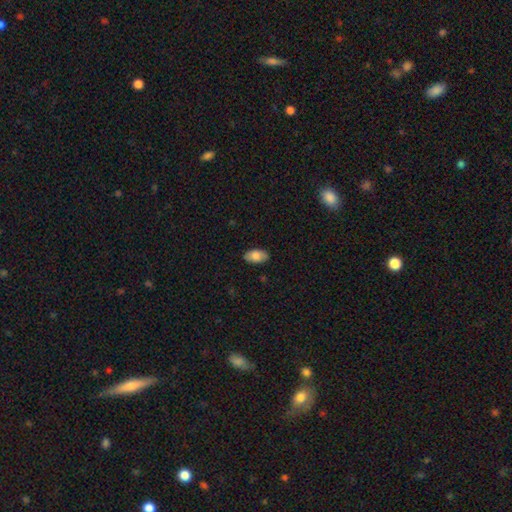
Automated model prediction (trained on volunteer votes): smooth 79%, featured or disk 15%, star or artifact 7%. Down the decision tree: how rounded — in between (94%); merging — none (87%).